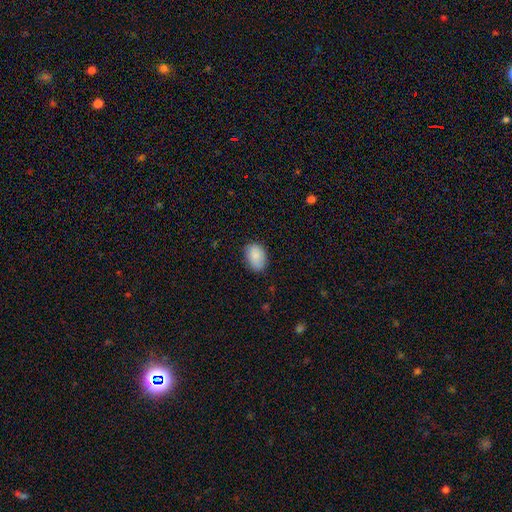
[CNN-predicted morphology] A smooth galaxy with no disk features (88%) that is in between round and cigar-shaped (83%). Merging: none (80%).